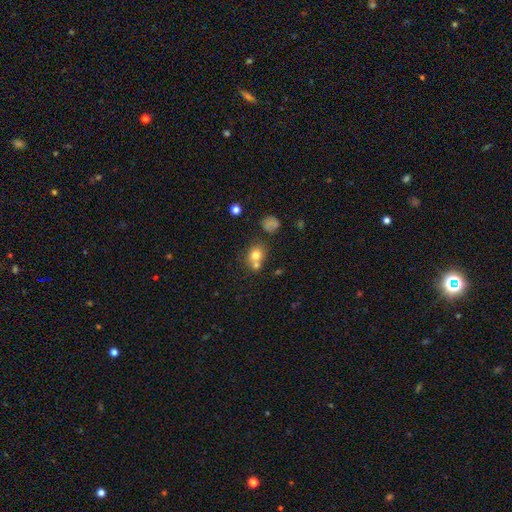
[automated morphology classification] The model was most divided on "merging": none: 48%, merger: 38%, minor disturbance: 10%, major disturbance: 4%. More confident: smooth or featured — smooth (75%); how rounded — round (71%).